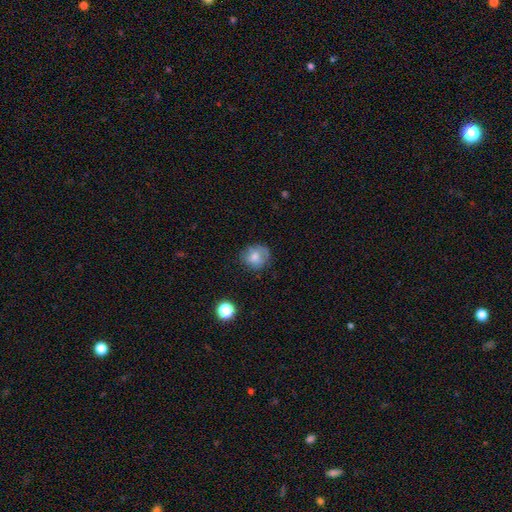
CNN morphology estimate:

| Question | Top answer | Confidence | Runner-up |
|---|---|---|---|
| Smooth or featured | smooth | 67% | featured or disk (22%) |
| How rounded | round | 71% | in between (28%) |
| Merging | none | 67% | minor disturbance (24%) |